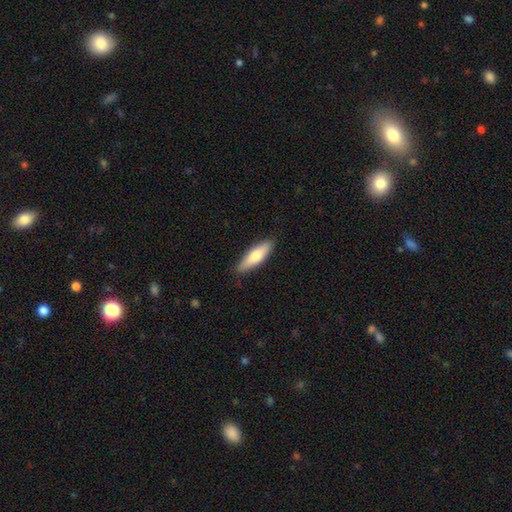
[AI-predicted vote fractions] The model was most divided on "how rounded": cigar-shaped: 62%, in between: 37%, round: 2%. More confident: merging — none (87%); smooth or featured — smooth (66%).